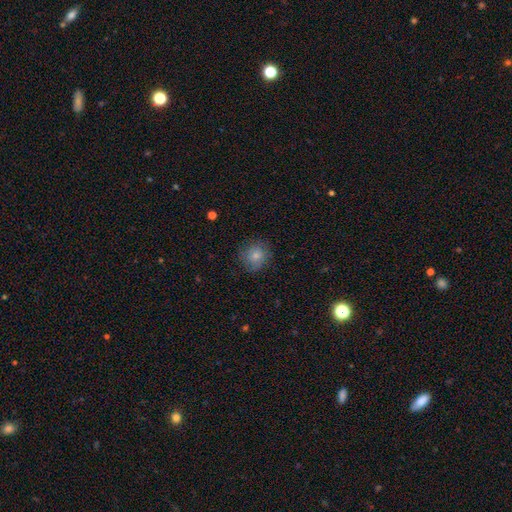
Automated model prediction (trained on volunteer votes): Smooth or featured: smooth — 76% (featured or disk — 16%)
How rounded: round — 83% (in between — 16%)
Merging: none — 76% (minor disturbance — 18%)